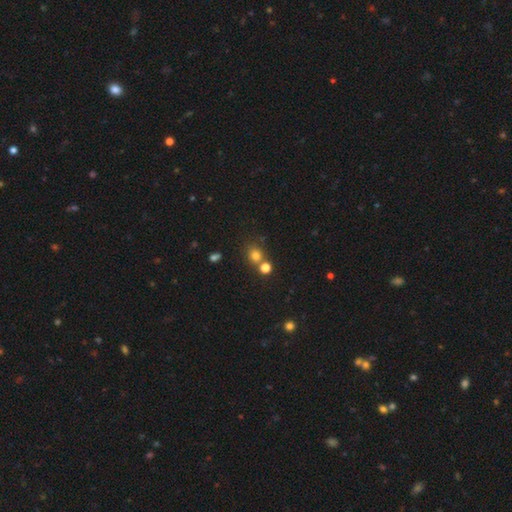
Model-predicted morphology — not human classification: This appears to be a smooth galaxy with no disk features (75%) that is round (79%). Merging: none (60%).